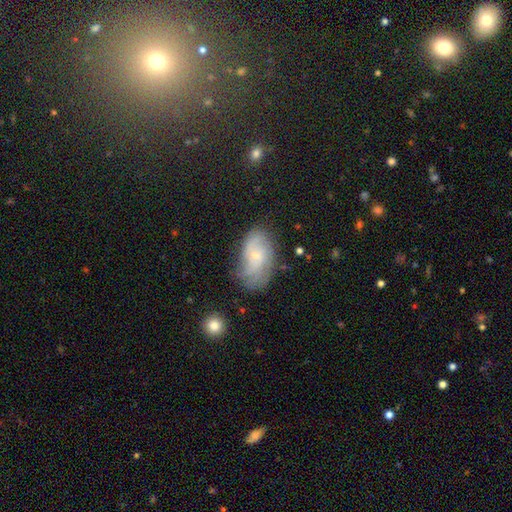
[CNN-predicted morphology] type=featured or disk (57%); edge-on=no (95%); bar=no (72%); spiral arms=yes (83%); bulge=small (73%); merging=none (57%).